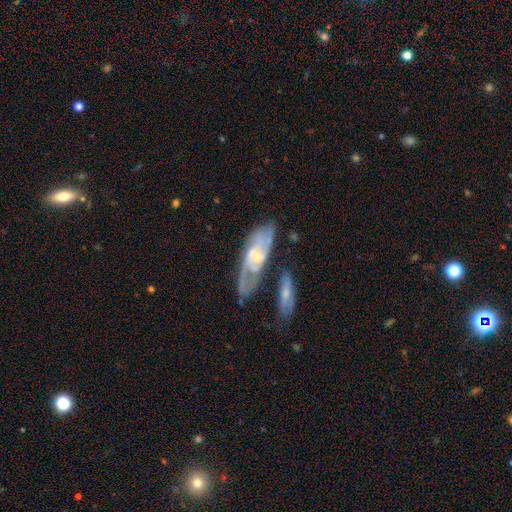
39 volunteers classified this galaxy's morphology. type=featured or disk (95%); edge-on=no (92%); bar=weak (56%); spiral arms=yes (94%); winding=medium (59%); arm count=2 (62%); bulge=moderate (50%, tied with small); merging=none (58%).